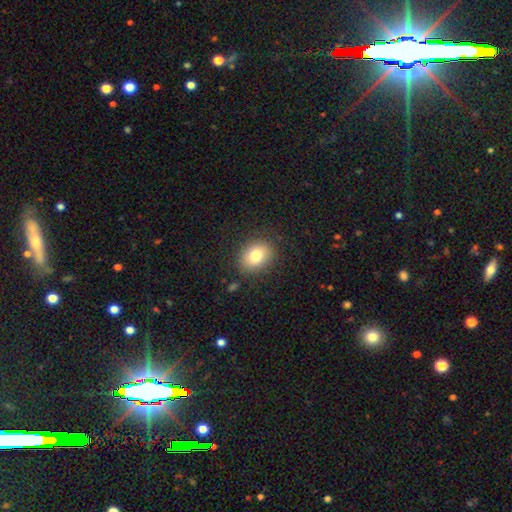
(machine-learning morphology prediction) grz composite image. It shows a smooth galaxy with no disk features (79%) that is in between round and cigar-shaped (51%). Merging: none (85%).